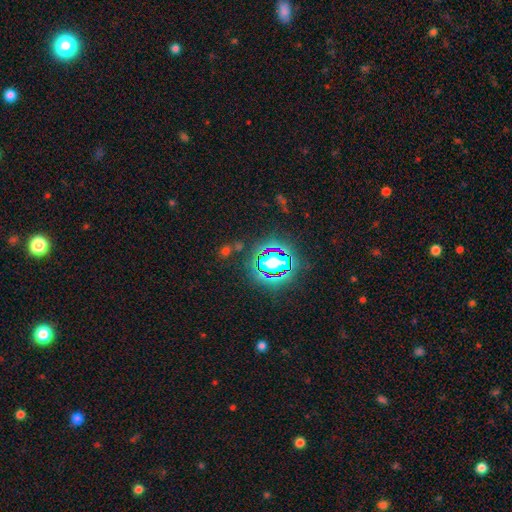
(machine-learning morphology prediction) Overall: star or artifact (82%).